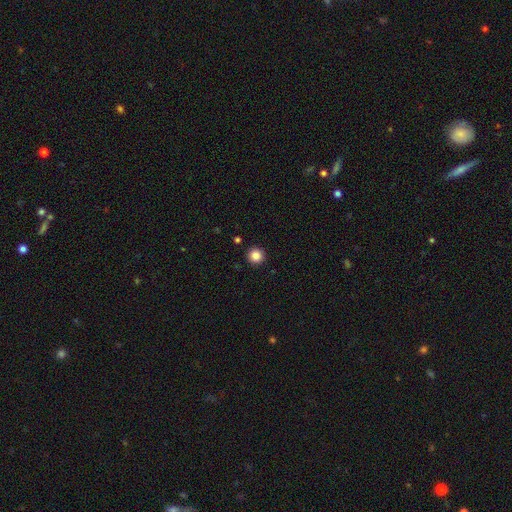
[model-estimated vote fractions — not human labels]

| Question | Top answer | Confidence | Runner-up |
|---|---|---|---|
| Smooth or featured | smooth | 86% | star or artifact (11%) |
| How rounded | round | 96% | in between (4%) |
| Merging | none | 93% | minor disturbance (4%) |